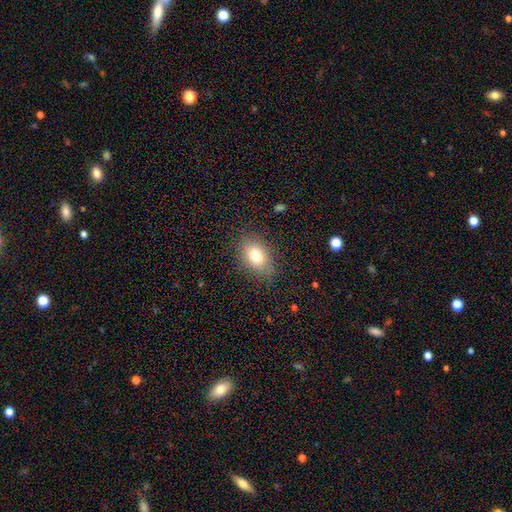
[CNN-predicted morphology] A smooth galaxy with no disk features (78%) that is in between round and cigar-shaped (81%). Merging: none (83%).